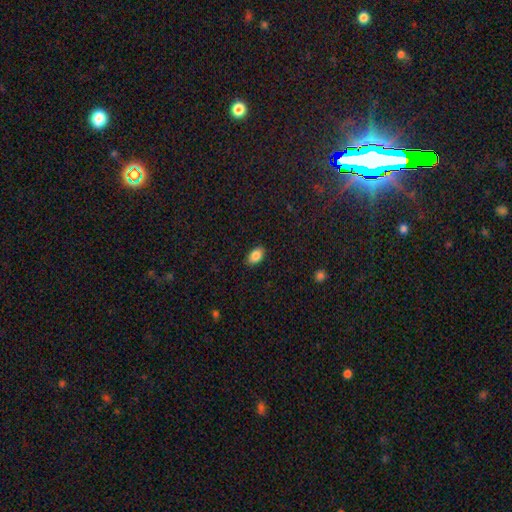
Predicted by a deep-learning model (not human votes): smooth 86%, star or artifact 8%, featured or disk 6%. Down the decision tree: how rounded — in between (91%); merging — none (89%).